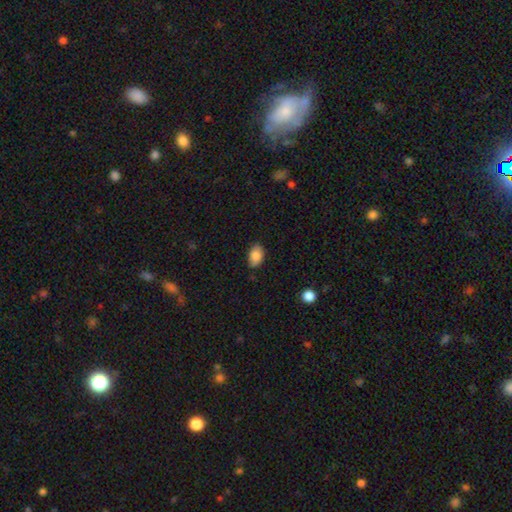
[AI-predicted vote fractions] Smooth or featured? smooth (86%)
How rounded? in between (90%)
Merging? none (84%)